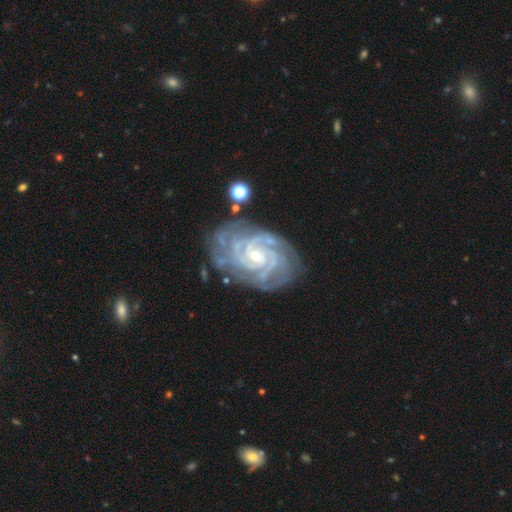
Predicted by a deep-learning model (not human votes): Morphology: type=featured or disk (92%); edge-on=no (97%); bar=no (58%); spiral arms=yes (98%); winding=tight (77%); arm count=4 (29%); bulge=small (70%); merging=none (74%).